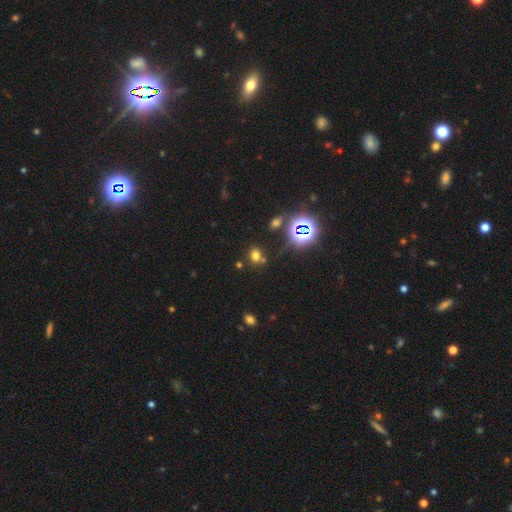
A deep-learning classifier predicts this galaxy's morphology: smooth_or_featured: smooth (p=0.61) [alt: star or artifact p=0.31]
how_rounded: round (p=0.61) [alt: in between p=0.38]
merging: none (p=0.70) [alt: merger p=0.15]